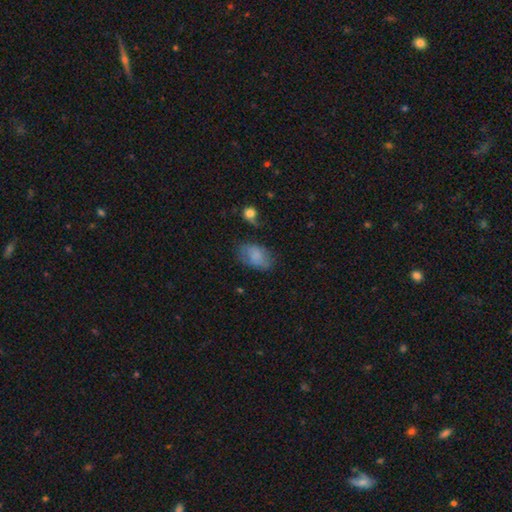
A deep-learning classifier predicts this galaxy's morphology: Q: Smooth or featured?
A: smooth (70%); runner-up: featured or disk (21%)
Q: How rounded?
A: in between (88%); runner-up: round (10%)
Q: Merging?
A: none (55%); runner-up: minor disturbance (27%)